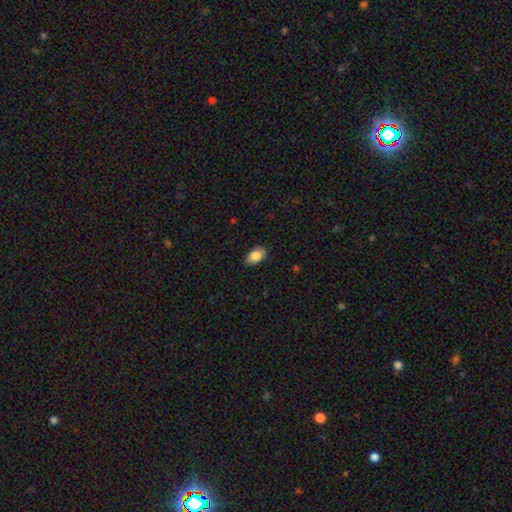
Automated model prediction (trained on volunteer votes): Overall: smooth (86%). How rounded: in between (90%). Merging: none (82%).